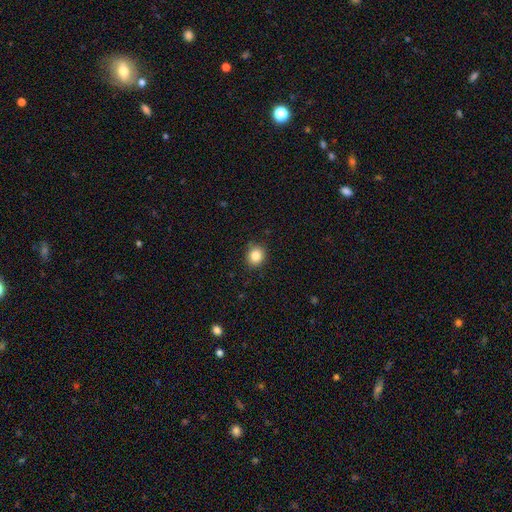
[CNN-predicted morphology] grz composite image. It shows a smooth galaxy with no disk features (84%) that is round (78%). Merging: none (88%).